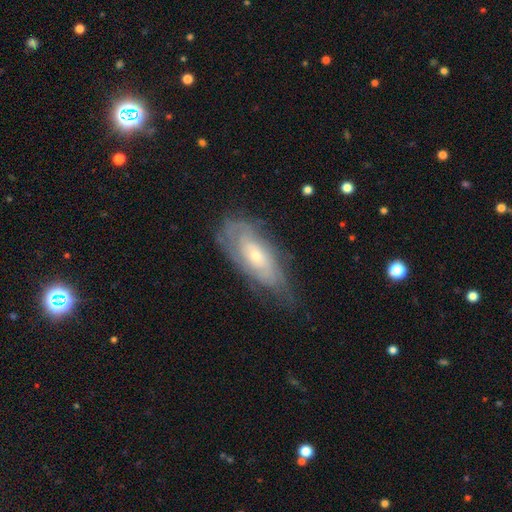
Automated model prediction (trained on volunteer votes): Smooth or featured? Predicted: featured or disk (p=0.68). Edge-on disk? Predicted: no (p=0.85). Bar? Predicted: no (p=0.75). Spiral arms? Predicted: yes (p=0.78). Bulge size? Predicted: small (p=0.63). Merging? Predicted: none (p=0.63).